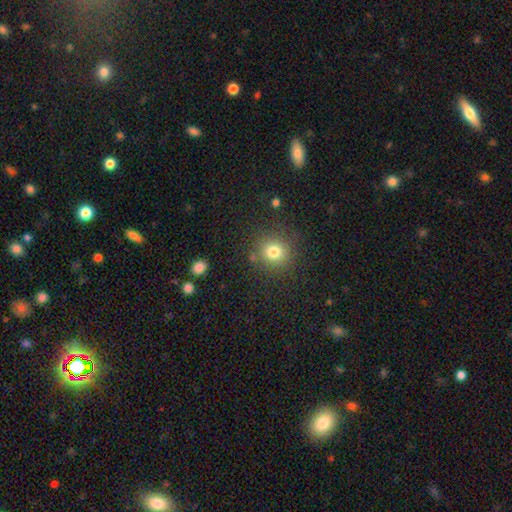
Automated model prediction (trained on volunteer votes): A smooth galaxy with no disk features (61%) that is round (93%).

Vote fractions:
- Smooth or featured? smooth: 61% / star or artifact: 33% / featured or disk: 6%
- How rounded? round: 93% / in between: 6% / cigar-shaped: 1%
- Merging? none: 90% / minor disturbance: 6% / major disturbance: 2% / merger: 2%